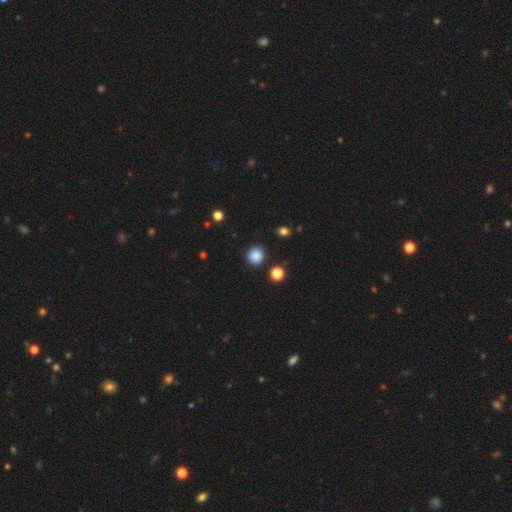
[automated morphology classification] The model was most divided on "smooth or featured": smooth: 86%, star or artifact: 11%, featured or disk: 3%. More confident: how rounded — round (93%); merging — none (90%).